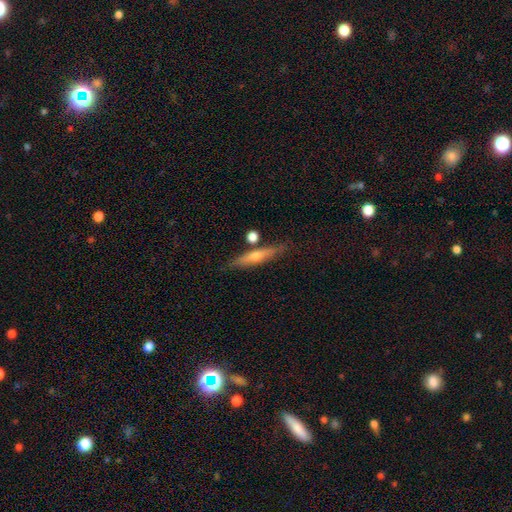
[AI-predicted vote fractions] This appears to be a featured or disk galaxy (54%) viewed edge-on (92%) with a rounded central bulge (79%). Merging: none (81%).